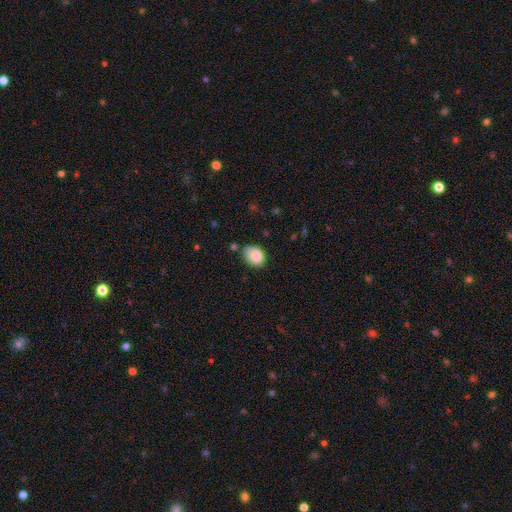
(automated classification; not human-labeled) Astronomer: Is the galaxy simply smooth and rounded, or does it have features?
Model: smooth — 86%.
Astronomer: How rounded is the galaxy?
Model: in between — 62%.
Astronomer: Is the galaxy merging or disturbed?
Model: none — 66%.